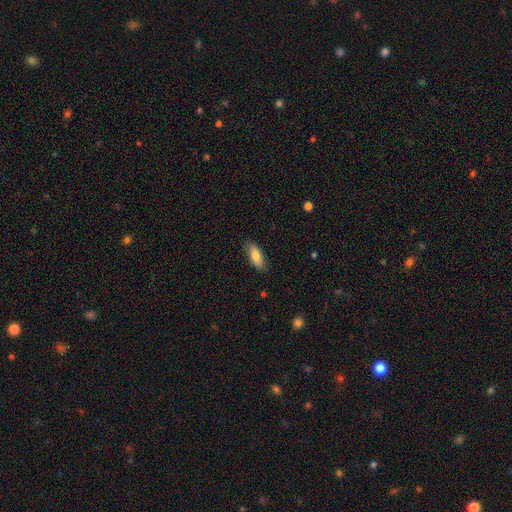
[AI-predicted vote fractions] The model was most divided on "how rounded": in between: 77%, cigar-shaped: 21%, round: 2%. More confident: merging — none (82%); smooth or featured — smooth (81%).